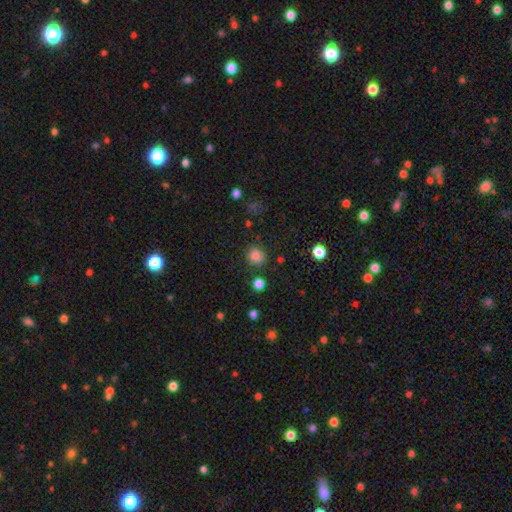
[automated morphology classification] smooth 84%, star or artifact 12%, featured or disk 4%. Down the decision tree: how rounded — round (86%); merging — none (85%).